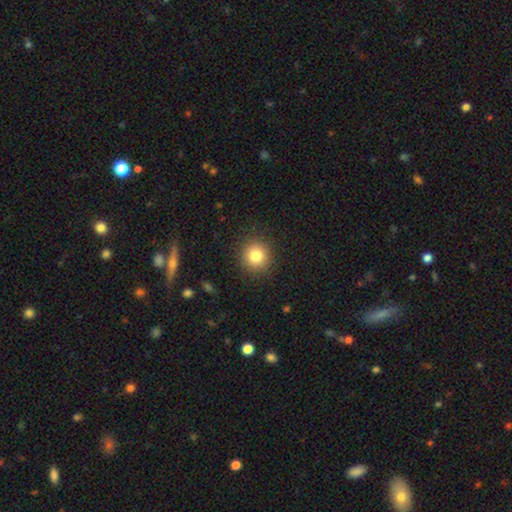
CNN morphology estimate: Smooth or featured?
  - smooth: 81% *
  - star or artifact: 11%
  - featured or disk: 7%
How rounded?
  - round: 92% *
  - in between: 7%
  - cigar-shaped: 1%
Merging?
  - none: 90% *
  - minor disturbance: 7%
  - major disturbance: 2%
  - merger: 1%